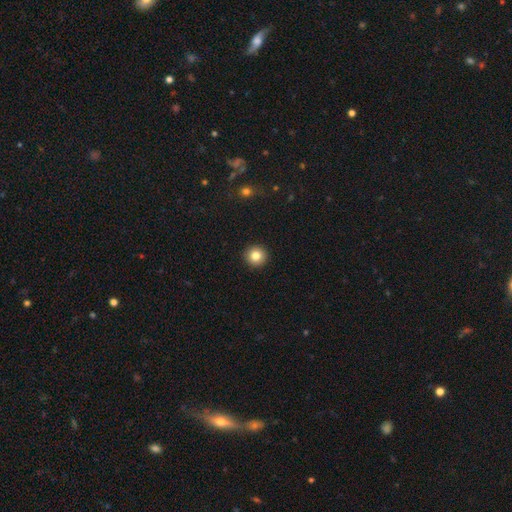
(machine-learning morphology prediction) smooth 83%, star or artifact 10%, featured or disk 7%. Down the decision tree: how rounded — round (95%); merging — none (93%).